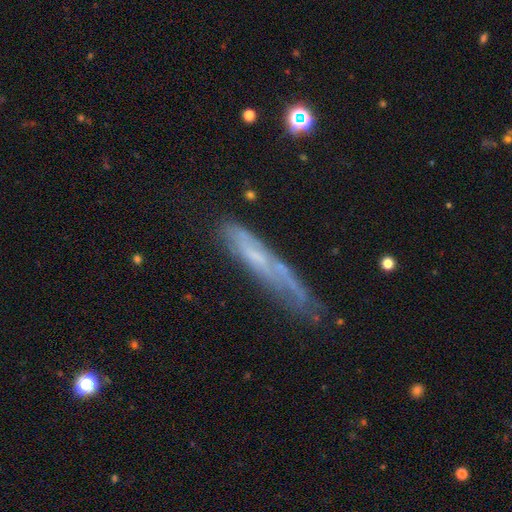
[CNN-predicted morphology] Overall: featured or disk (52%; smooth 39%). Edge-on disk: yes (64%; no 36%). Merging: none (50%; minor disturbance 30%).